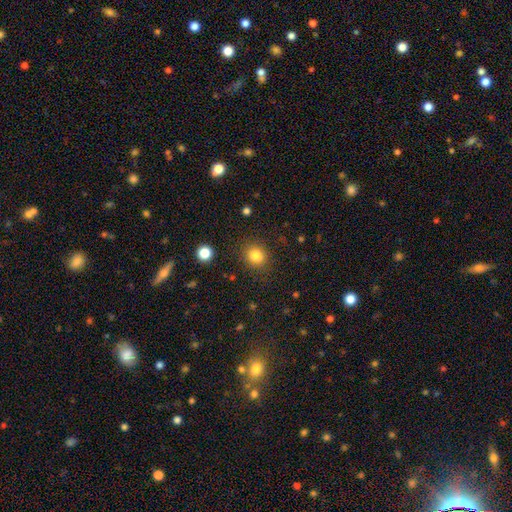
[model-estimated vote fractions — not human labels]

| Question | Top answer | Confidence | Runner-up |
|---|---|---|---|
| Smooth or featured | smooth | 83% | star or artifact (12%) |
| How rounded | round | 76% | in between (23%) |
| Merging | none | 85% | minor disturbance (9%) |